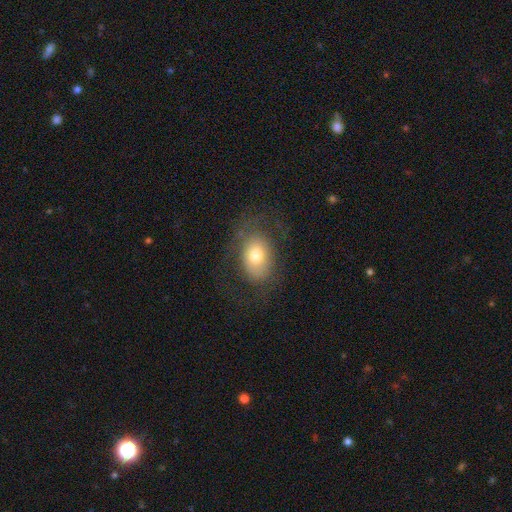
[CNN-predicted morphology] The model was most divided on "smooth or featured": smooth: 66%, featured or disk: 26%, star or artifact: 8%. More confident: how rounded — in between (78%); merging — none (63%).